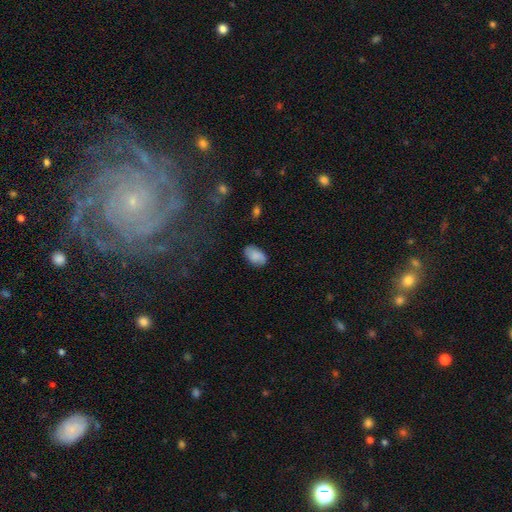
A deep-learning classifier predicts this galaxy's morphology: smooth 82%, featured or disk 11%, star or artifact 7%. Down the decision tree: how rounded — in between (92%); merging — none (80%).